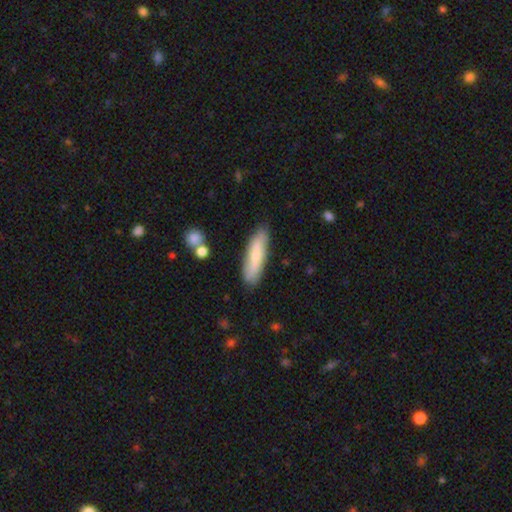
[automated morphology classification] The model was most divided on "how rounded": cigar-shaped: 68%, in between: 30%, round: 2%. More confident: merging — none (82%); smooth or featured — smooth (67%).